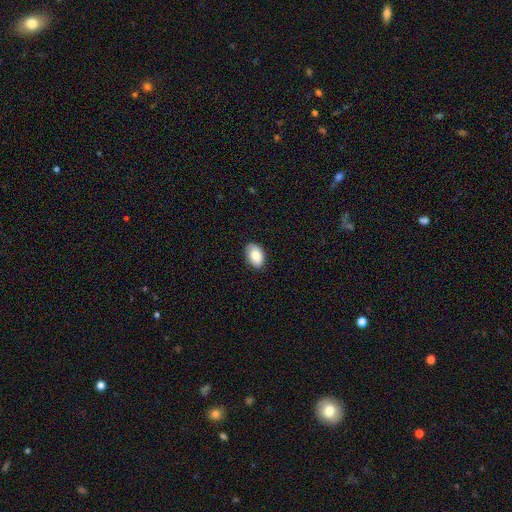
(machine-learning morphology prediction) type=smooth (85%); roundness=in between (90%); merging=none (86%).